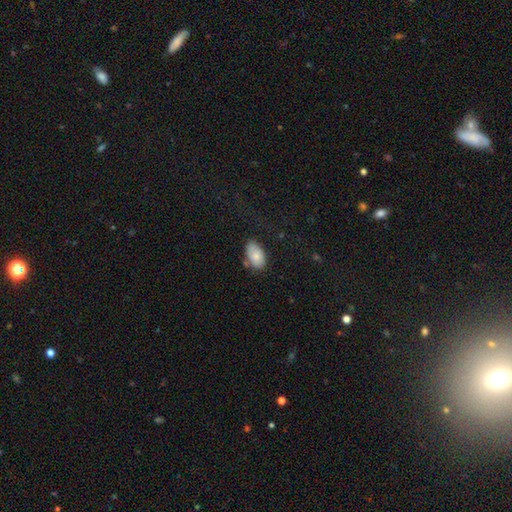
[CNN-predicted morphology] smooth-or-featured: smooth: 80% | featured or disk: 13% | star or artifact: 7%
  how-rounded: in between: 93% | round: 6% | cigar-shaped: 1%
  merging: none: 65% | minor disturbance: 24% | major disturbance: 6% | merger: 6%